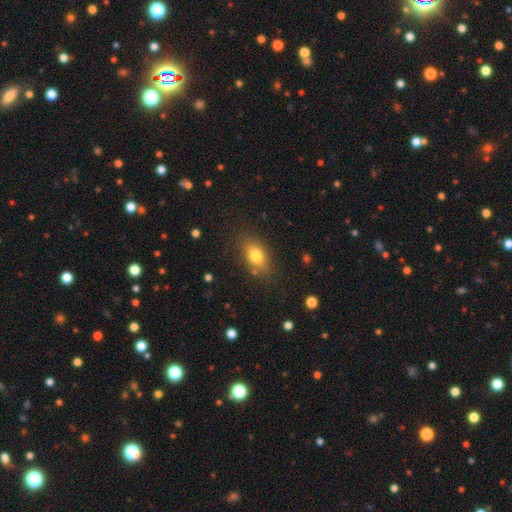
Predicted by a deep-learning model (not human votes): smooth 79%, featured or disk 12%, star or artifact 10%. Down the decision tree: how rounded — in between (82%); merging — none (80%).